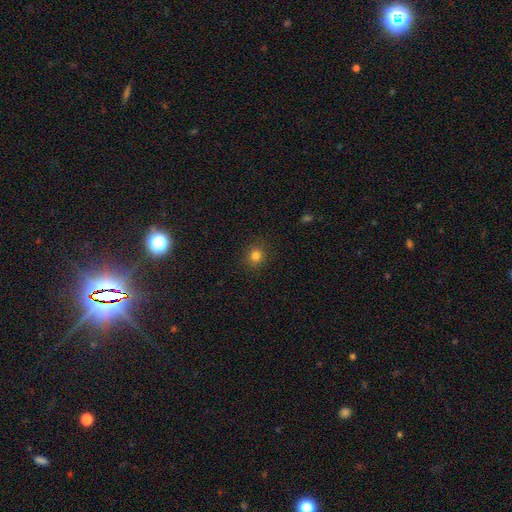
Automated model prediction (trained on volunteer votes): Overall: smooth (81%). How rounded: round (81%). Merging: none (90%).